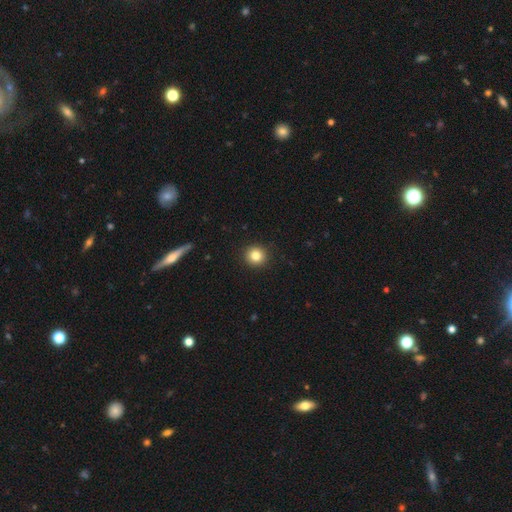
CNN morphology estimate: Smooth or featured: smooth — 83% (star or artifact — 11%)
How rounded: round — 93% (in between — 6%)
Merging: none — 93% (minor disturbance — 5%)